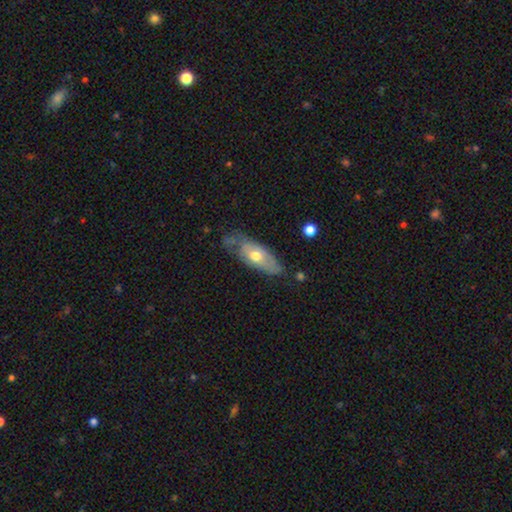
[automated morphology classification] This appears to be a featured or disk galaxy (49%). Merging: none (51%).